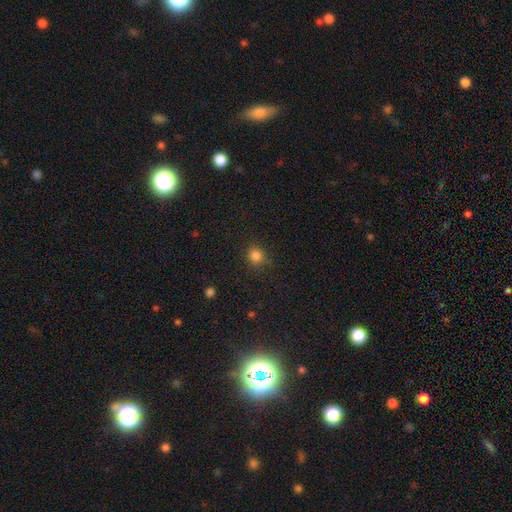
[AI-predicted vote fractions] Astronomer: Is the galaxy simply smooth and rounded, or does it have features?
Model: smooth — 84%.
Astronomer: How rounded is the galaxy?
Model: round — 78%.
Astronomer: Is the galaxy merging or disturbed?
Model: none — 81%.